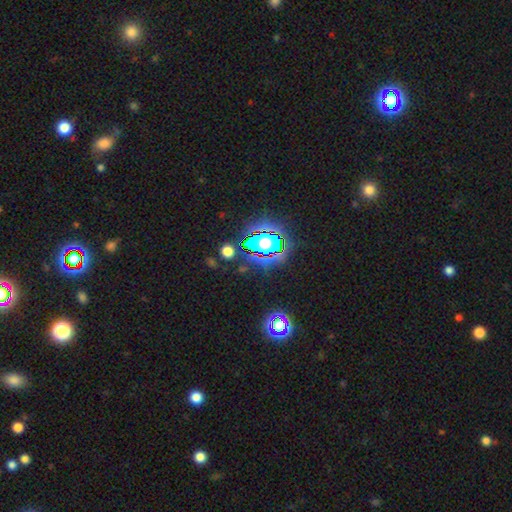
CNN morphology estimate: smooth_or_featured: star or artifact (p=0.82) [alt: smooth p=0.11]